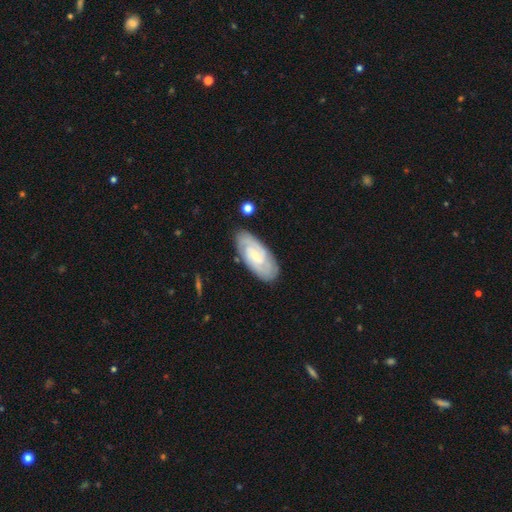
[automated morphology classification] Overall: featured or disk (74%). Edge-on disk: no (94%). Bar: no (52%; weak 40%). Spiral arms: yes (94%). Spiral arm count: 2 (49%; can't tell 28%). Spiral winding: tight (66%; medium 28%). Bulge size: small (70%). Merging: none (83%).